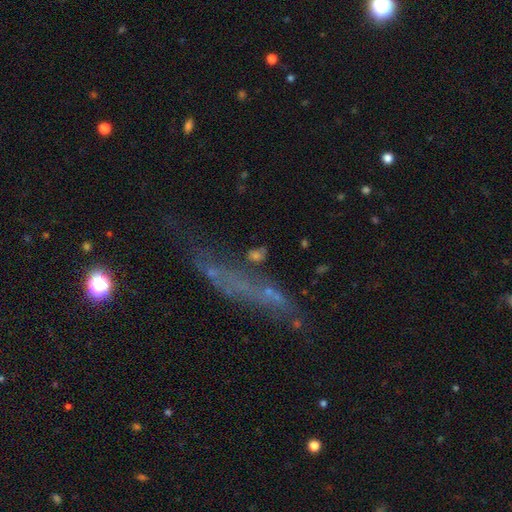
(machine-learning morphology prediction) Smooth or featured?
  - smooth: 51% *
  - star or artifact: 29%
  - featured or disk: 20%
How rounded?
  - in between: 41% *
  - round: 34%
  - cigar-shaped: 25%
Merging?
  - none: 57% *
  - minor disturbance: 15%
  - major disturbance: 14%
  - merger: 14%